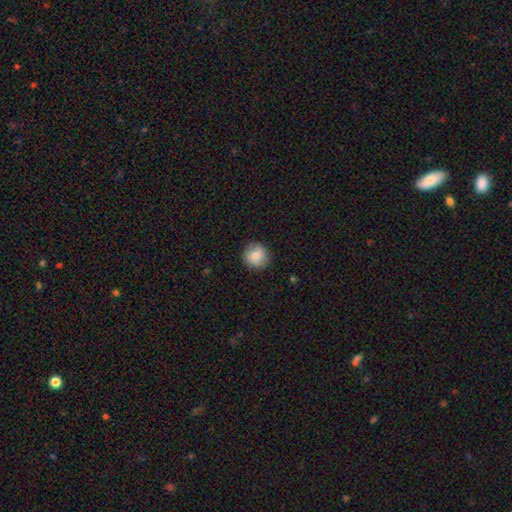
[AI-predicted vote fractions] smooth_or_featured: smooth (p=0.79) [alt: featured or disk p=0.13]
how_rounded: round (p=0.93) [alt: in between p=0.06]
merging: none (p=0.88) [alt: minor disturbance p=0.09]